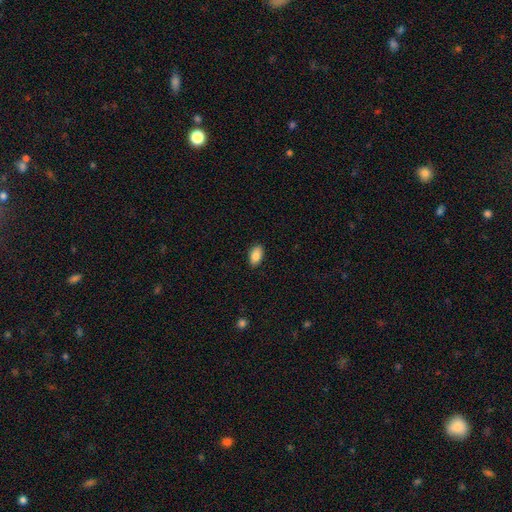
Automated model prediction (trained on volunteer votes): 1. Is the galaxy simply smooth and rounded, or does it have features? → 86% smooth, 7% star or artifact, 7% featured or disk.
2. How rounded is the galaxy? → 93% in between, 5% round, 2% cigar-shaped.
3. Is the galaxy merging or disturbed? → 88% none, 9% minor disturbance, 2% major disturbance, 1% merger.